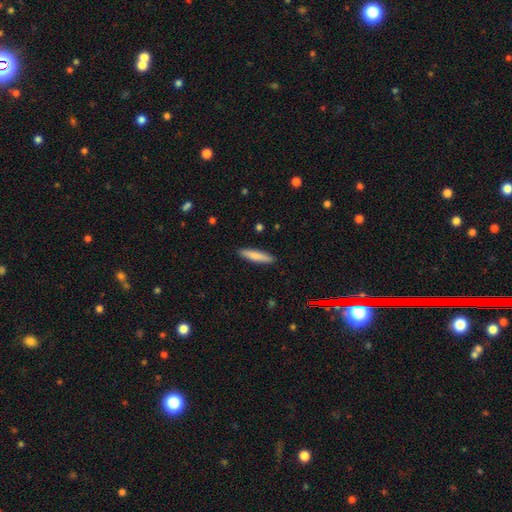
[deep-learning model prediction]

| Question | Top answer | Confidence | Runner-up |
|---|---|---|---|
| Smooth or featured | smooth | 80% | featured or disk (14%) |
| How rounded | cigar-shaped | 85% | in between (14%) |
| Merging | none | 91% | minor disturbance (7%) |